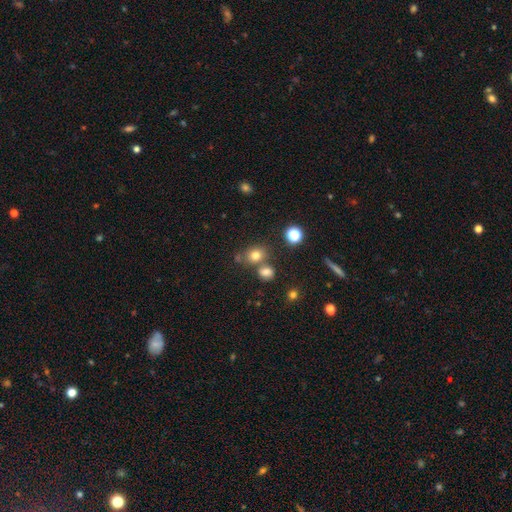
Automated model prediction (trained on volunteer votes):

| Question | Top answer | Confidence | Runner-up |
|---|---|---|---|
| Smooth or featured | smooth | 75% | star or artifact (17%) |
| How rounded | round | 61% | in between (38%) |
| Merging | none | 64% | merger (20%) |